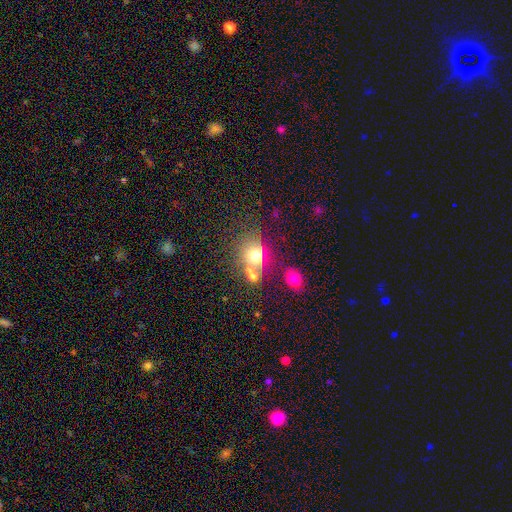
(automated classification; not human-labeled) smooth_or_featured: smooth (p=0.64) [alt: star or artifact p=0.19]
how_rounded: round (p=0.67) [alt: in between p=0.32]
merging: none (p=0.48) [alt: merger p=0.32]